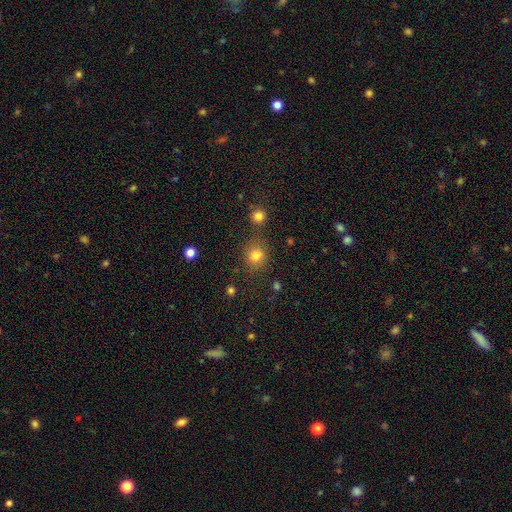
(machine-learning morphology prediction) Overall: smooth (79%). How rounded: round (82%). Merging: none (76%).